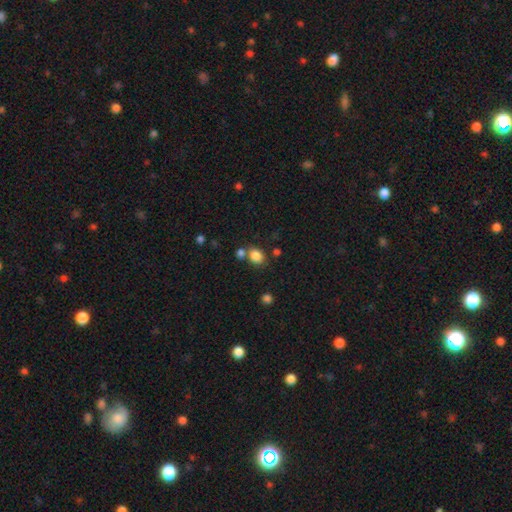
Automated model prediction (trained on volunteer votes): Smooth or featured: smooth — 84% (star or artifact — 10%)
How rounded: in between — 53% (round — 46%)
Merging: none — 63% (merger — 21%)